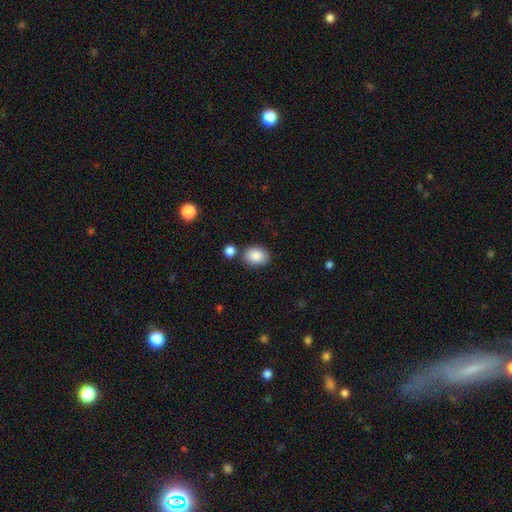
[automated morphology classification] This appears to be a smooth galaxy with no disk features (87%) that is in between round and cigar-shaped (75%). Merging: none (75%).